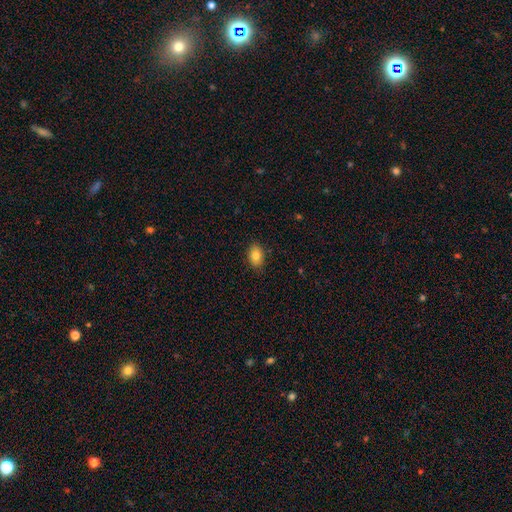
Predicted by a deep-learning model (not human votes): Overall: smooth (82%). How rounded: in between (84%). Merging: none (87%).